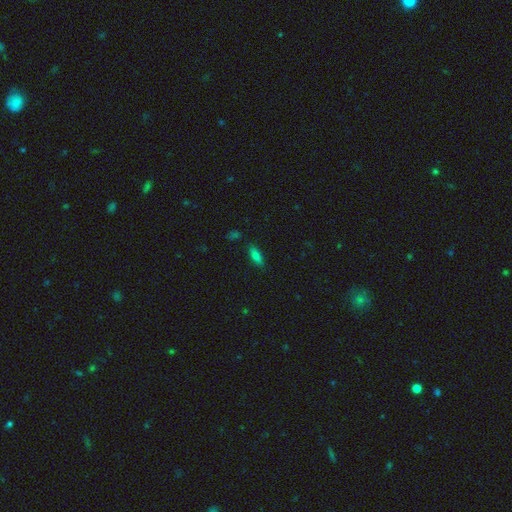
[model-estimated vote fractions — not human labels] smooth 70%, featured or disk 18%, star or artifact 12%. Down the decision tree: how rounded — in between (58%); merging — none (85%).